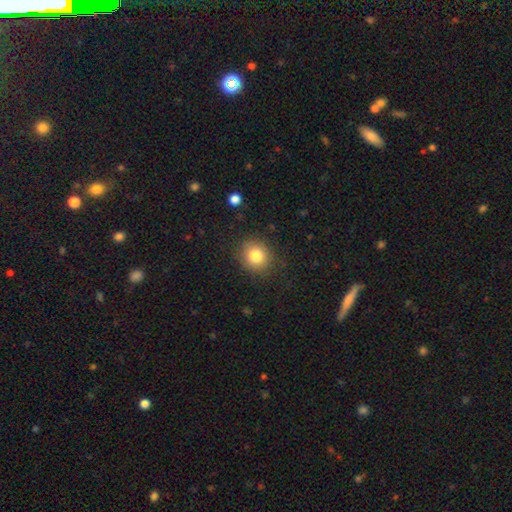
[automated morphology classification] A smooth galaxy with no disk features (81%) that is round (81%). Merging: none (87%).